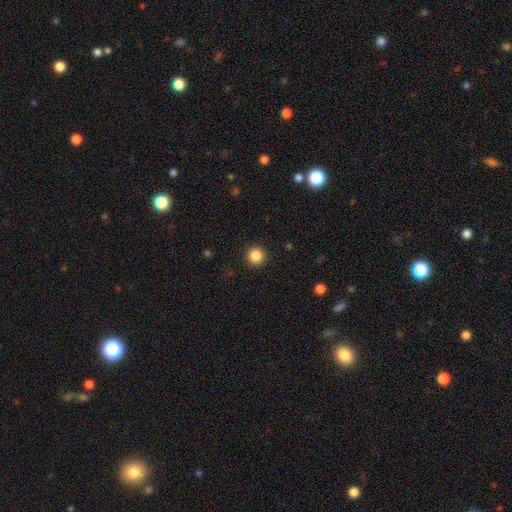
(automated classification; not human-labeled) Q: Smooth or featured?
A: smooth (87%); runner-up: star or artifact (10%)
Q: How rounded?
A: round (96%); runner-up: in between (3%)
Q: Merging?
A: none (92%); runner-up: minor disturbance (5%)